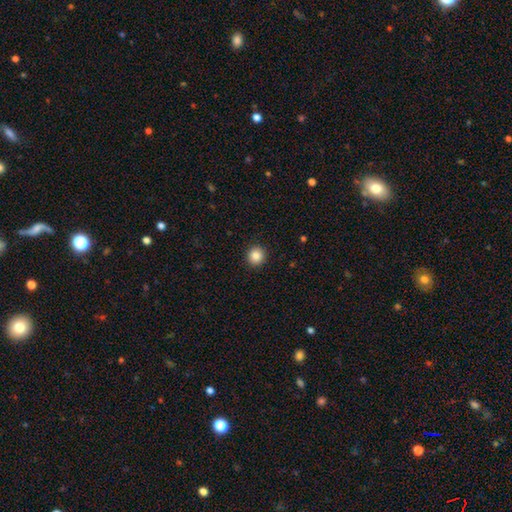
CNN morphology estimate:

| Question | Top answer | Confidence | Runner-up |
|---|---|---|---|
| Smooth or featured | smooth | 85% | star or artifact (10%) |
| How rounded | round | 92% | in between (7%) |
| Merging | none | 93% | minor disturbance (5%) |